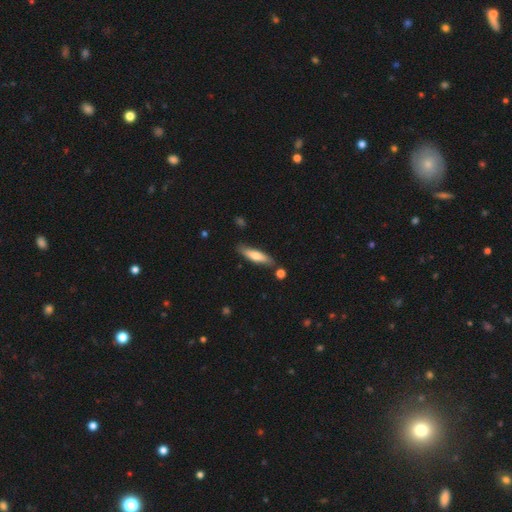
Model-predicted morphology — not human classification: Smooth or featured?
  - smooth: 64% *
  - featured or disk: 30%
  - star or artifact: 6%
How rounded?
  - cigar-shaped: 71% *
  - in between: 27%
  - round: 2%
Merging?
  - none: 80% *
  - minor disturbance: 13%
  - merger: 5%
  - major disturbance: 3%